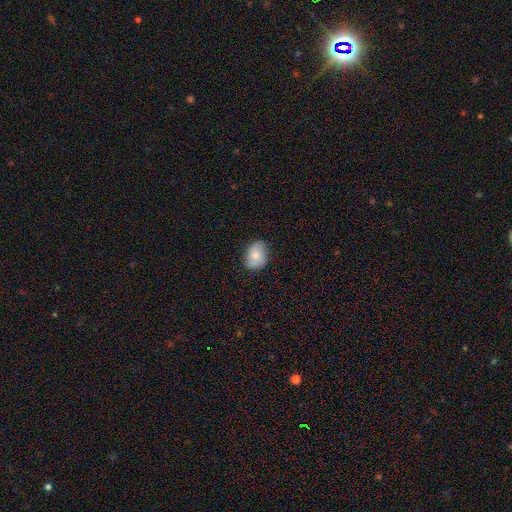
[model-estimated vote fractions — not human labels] The model was most divided on "how rounded": in between: 67%, round: 32%, cigar-shaped: 1%. More confident: merging — none (81%); smooth or featured — smooth (74%).